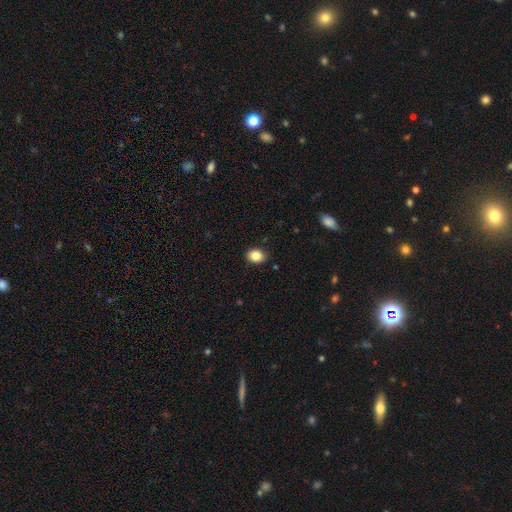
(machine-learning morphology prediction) smooth-or-featured: smooth: 85% | star or artifact: 9% | featured or disk: 6%
  how-rounded: in between: 52% | round: 47% | cigar-shaped: 1%
  merging: none: 89% | minor disturbance: 8% | major disturbance: 2% | merger: 1%